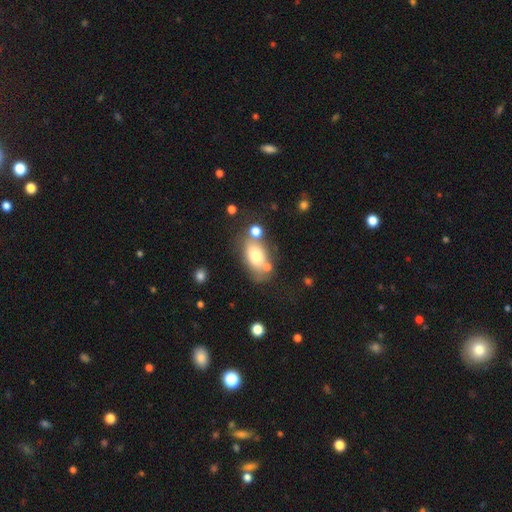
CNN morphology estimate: Smooth or featured? Predicted: smooth (p=0.72). How rounded? Predicted: in between (p=0.85). Merging? Predicted: none (p=0.60).